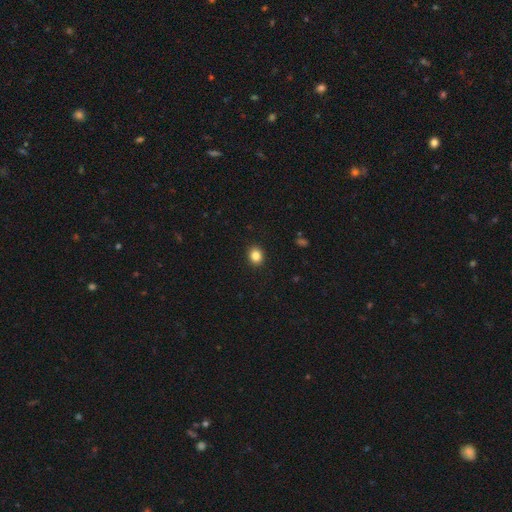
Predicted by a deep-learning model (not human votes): smooth-or-featured: smooth: 85% | star or artifact: 11% | featured or disk: 5%
  how-rounded: round: 69% | in between: 30% | cigar-shaped: 1%
  merging: none: 92% | minor disturbance: 6% | major disturbance: 2% | merger: 1%